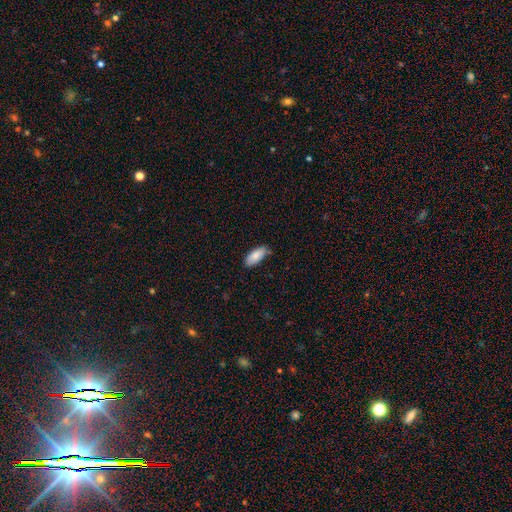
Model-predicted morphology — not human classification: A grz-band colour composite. It shows a smooth galaxy with no disk features (86%) that is in between round and cigar-shaped (87%). Merging: none (79%).